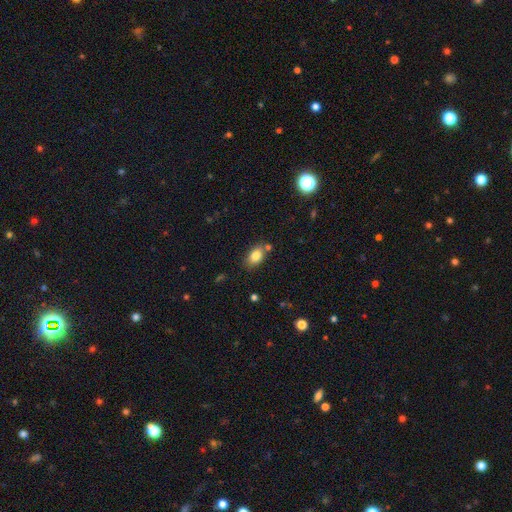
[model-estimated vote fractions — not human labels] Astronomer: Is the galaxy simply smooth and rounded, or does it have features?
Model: smooth — 82%.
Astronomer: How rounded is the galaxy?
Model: in between — 84%.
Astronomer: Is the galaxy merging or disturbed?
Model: none — 73%.